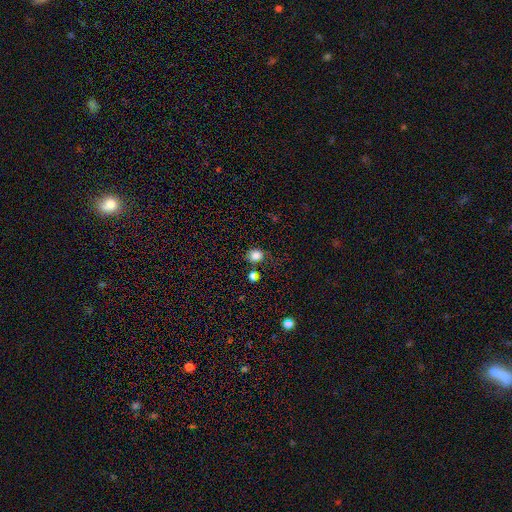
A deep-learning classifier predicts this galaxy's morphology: A smooth galaxy with no disk features (82%) that is round (73%).

Vote fractions:
- Smooth or featured? smooth: 82% / star or artifact: 13% / featured or disk: 5%
- How rounded? round: 73% / in between: 26% / cigar-shaped: 1%
- Merging? none: 71% / minor disturbance: 16% / merger: 7% / major disturbance: 6%